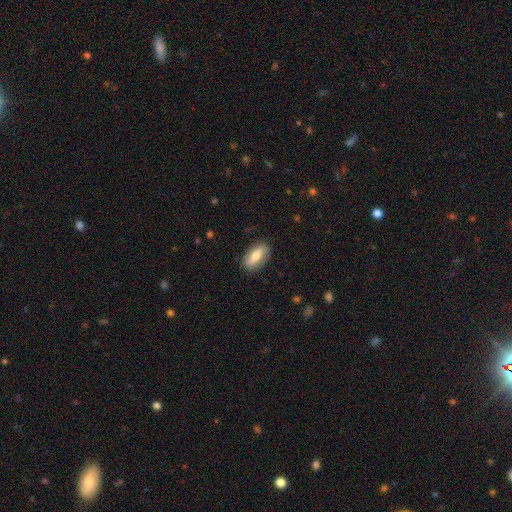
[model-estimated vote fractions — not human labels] Q: Smooth or featured?
A: smooth (60%); runner-up: featured or disk (34%)
Q: How rounded?
A: in between (81%); runner-up: cigar-shaped (15%)
Q: Merging?
A: none (85%); runner-up: minor disturbance (11%)